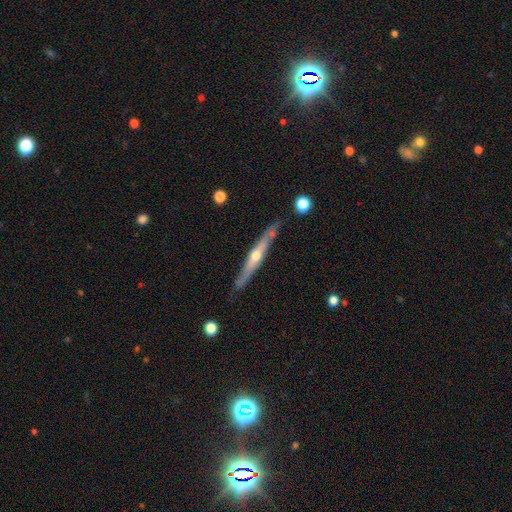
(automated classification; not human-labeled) smooth_or_featured: featured or disk (p=0.70) [alt: smooth p=0.25]
disk_edge_on: yes (p=0.95) [alt: no p=0.05]
edge_on_bulge: rounded (p=0.84) [alt: none p=0.13]
merging: none (p=0.82) [alt: minor disturbance p=0.12]